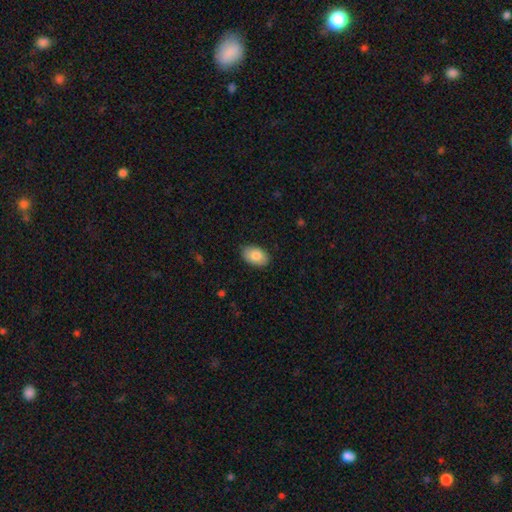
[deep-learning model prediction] A smooth galaxy with no disk features (83%) that is in between round and cigar-shaped (91%).

Vote fractions:
- Smooth or featured? smooth: 83% / featured or disk: 11% / star or artifact: 6%
- How rounded? in between: 91% / round: 8% / cigar-shaped: 1%
- Merging? none: 86% / minor disturbance: 11% / major disturbance: 2% / merger: 1%